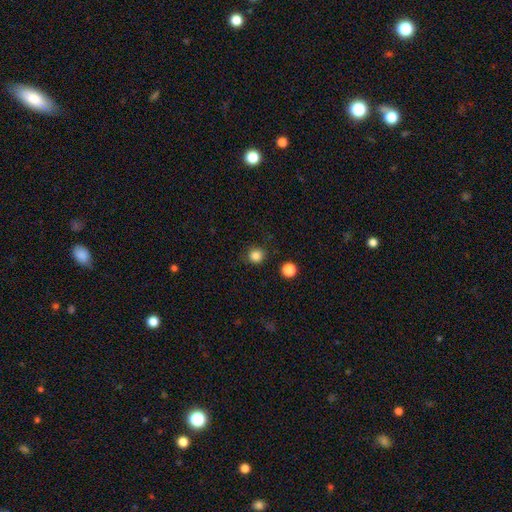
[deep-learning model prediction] Q: Smooth or featured?
A: smooth (84%); runner-up: star or artifact (13%)
Q: How rounded?
A: round (93%); runner-up: in between (7%)
Q: Merging?
A: none (86%); runner-up: minor disturbance (9%)